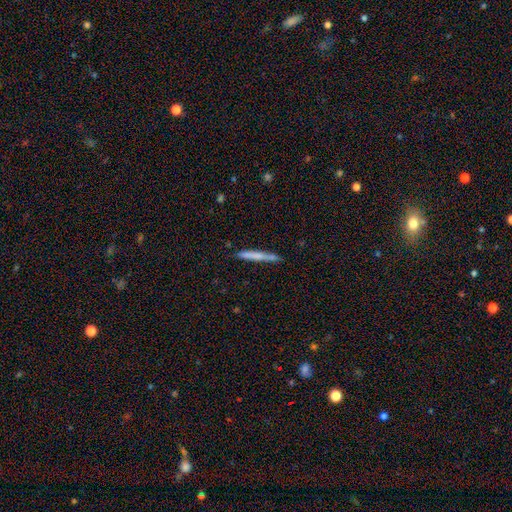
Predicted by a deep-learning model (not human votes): Smooth or featured?
  - smooth: 63% *
  - featured or disk: 31%
  - star or artifact: 6%
How rounded?
  - cigar-shaped: 96% *
  - in between: 3%
  - round: 1%
Merging?
  - none: 82% *
  - minor disturbance: 13%
  - merger: 3%
  - major disturbance: 2%